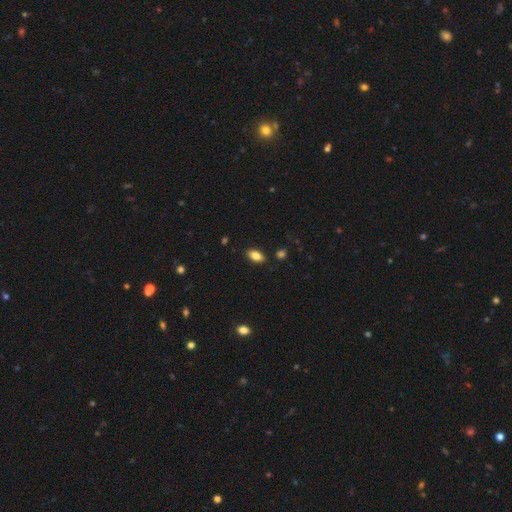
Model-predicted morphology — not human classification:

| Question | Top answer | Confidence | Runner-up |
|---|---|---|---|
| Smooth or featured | smooth | 82% | featured or disk (9%) |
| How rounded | in between | 90% | cigar-shaped (5%) |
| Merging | none | 86% | minor disturbance (10%) |